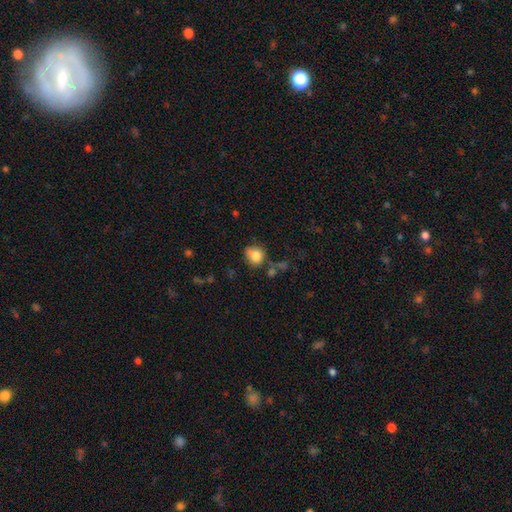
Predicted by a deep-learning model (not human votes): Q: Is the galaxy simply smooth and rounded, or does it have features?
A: smooth — 82%.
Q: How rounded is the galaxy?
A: round — 72%.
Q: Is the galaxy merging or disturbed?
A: none — 60%.